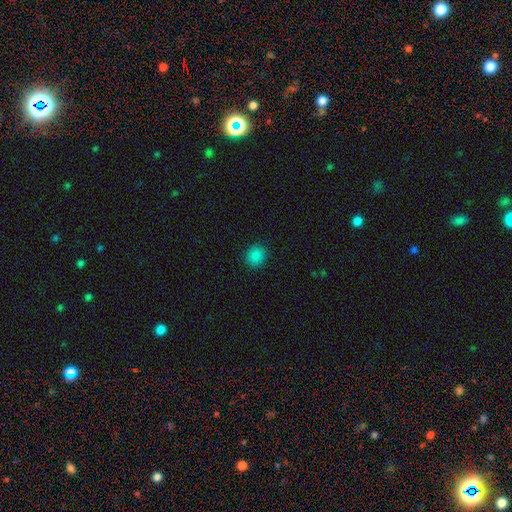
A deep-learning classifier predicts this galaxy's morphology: Smooth or featured? smooth (85%)
How rounded? round (82%)
Merging? none (91%)